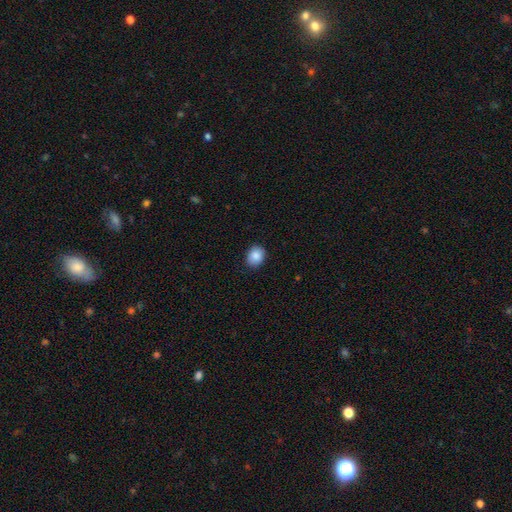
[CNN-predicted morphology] smooth_or_featured: smooth (p=0.88) [alt: star or artifact p=0.08]
how_rounded: round (p=0.55) [alt: in between p=0.44]
merging: none (p=0.88) [alt: minor disturbance p=0.09]